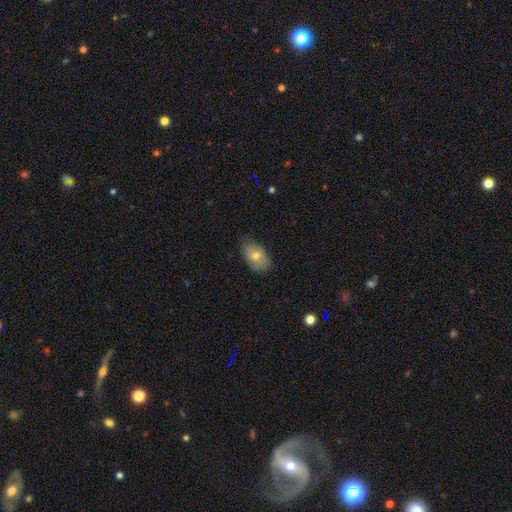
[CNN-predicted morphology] type=smooth (72%); roundness=in between (86%); merging=none (69%).